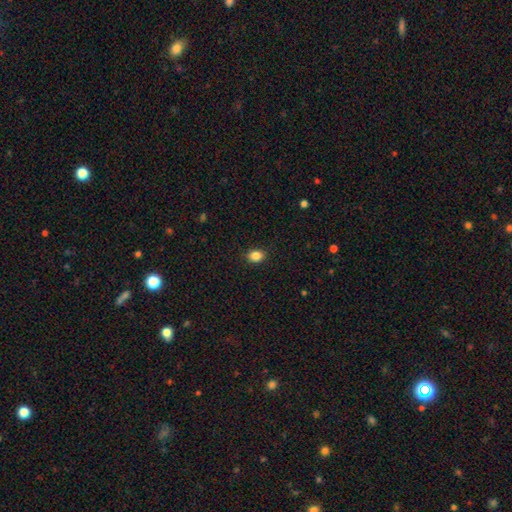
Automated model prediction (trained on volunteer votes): Overall: smooth (86%). How rounded: in between (60%; round 39%). Merging: none (87%).